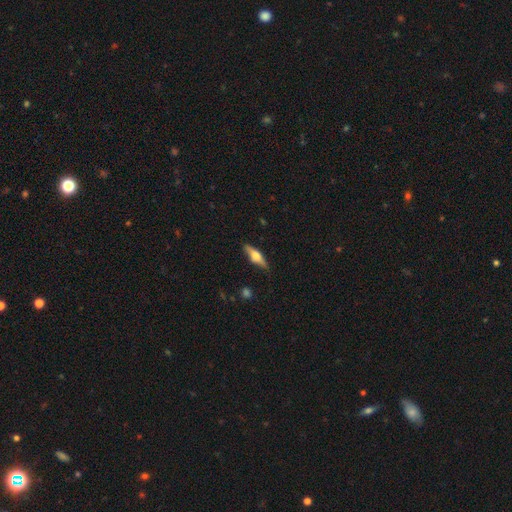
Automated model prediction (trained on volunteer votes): Morphology: type=featured or disk (53%); edge-on=yes (93%); merging=none (84%).